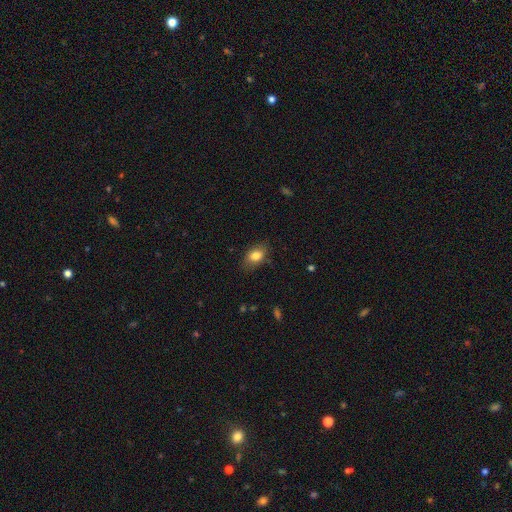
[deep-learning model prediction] Q: Smooth or featured?
A: smooth (81%); runner-up: featured or disk (10%)
Q: How rounded?
A: in between (84%); runner-up: round (13%)
Q: Merging?
A: none (80%); runner-up: minor disturbance (15%)